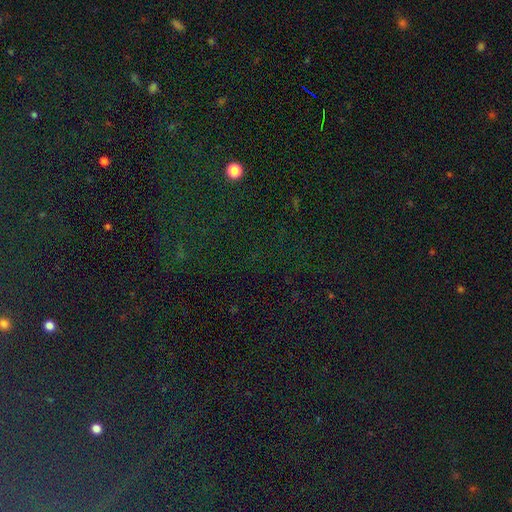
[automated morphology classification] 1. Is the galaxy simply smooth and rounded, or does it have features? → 82% star or artifact, 11% smooth, 7% featured or disk.